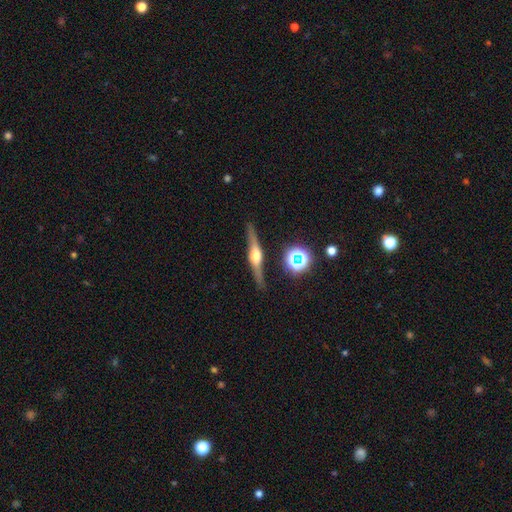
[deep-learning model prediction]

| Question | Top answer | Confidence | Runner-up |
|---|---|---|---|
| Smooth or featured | featured or disk | 77% | smooth (15%) |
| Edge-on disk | yes | 97% | no (3%) |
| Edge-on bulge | rounded | 91% | boxy (7%) |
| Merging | none | 87% | minor disturbance (9%) |